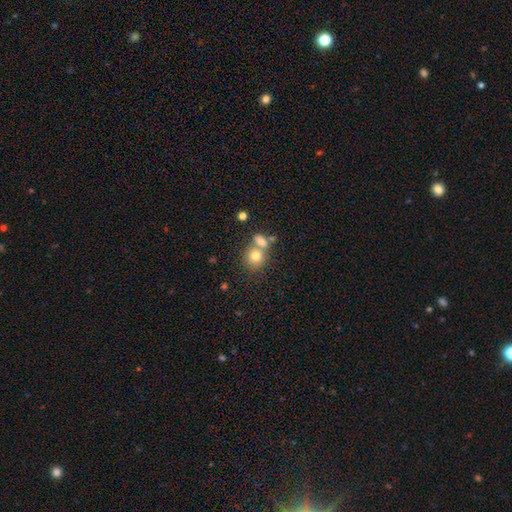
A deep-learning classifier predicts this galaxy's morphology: Smooth or featured? Predicted: smooth (p=0.76). How rounded? Predicted: round (p=0.78). Merging? Predicted: merger (p=0.44).